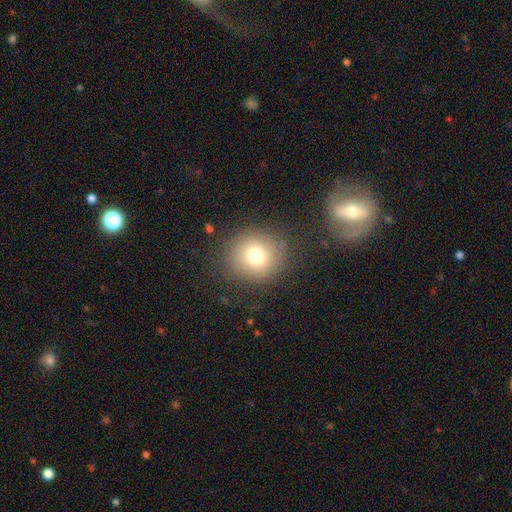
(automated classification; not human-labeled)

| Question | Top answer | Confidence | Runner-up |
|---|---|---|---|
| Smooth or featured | smooth | 73% | star or artifact (15%) |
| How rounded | round | 88% | in between (11%) |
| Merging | none | 85% | minor disturbance (9%) |